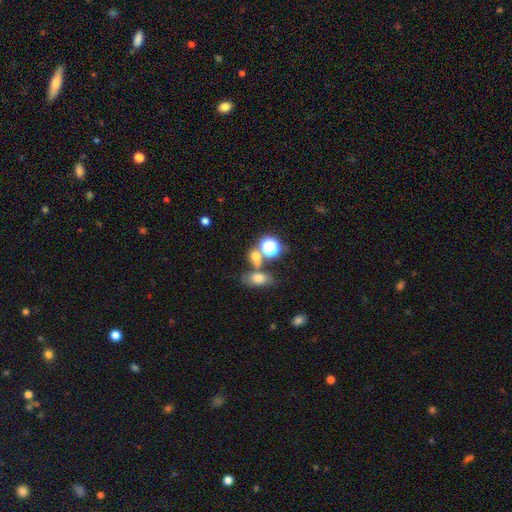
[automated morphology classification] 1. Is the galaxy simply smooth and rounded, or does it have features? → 64% smooth, 24% star or artifact, 12% featured or disk.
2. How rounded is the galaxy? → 53% in between, 43% round, 3% cigar-shaped.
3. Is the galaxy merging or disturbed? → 50% none, 33% merger, 11% minor disturbance, 6% major disturbance.